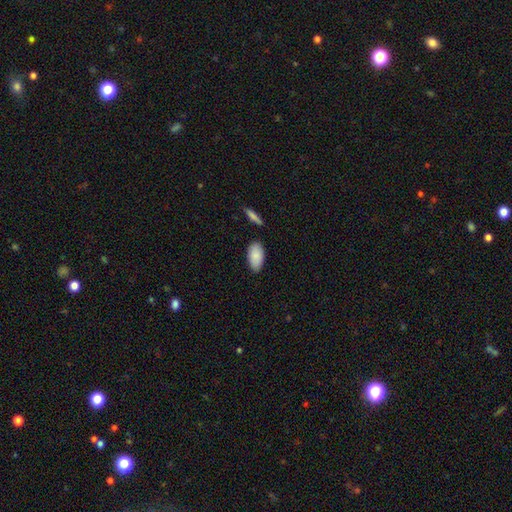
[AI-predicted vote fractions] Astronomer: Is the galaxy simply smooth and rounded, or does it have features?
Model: smooth — 88%.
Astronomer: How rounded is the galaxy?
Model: in between — 95%.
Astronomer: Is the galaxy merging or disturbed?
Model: none — 81%.